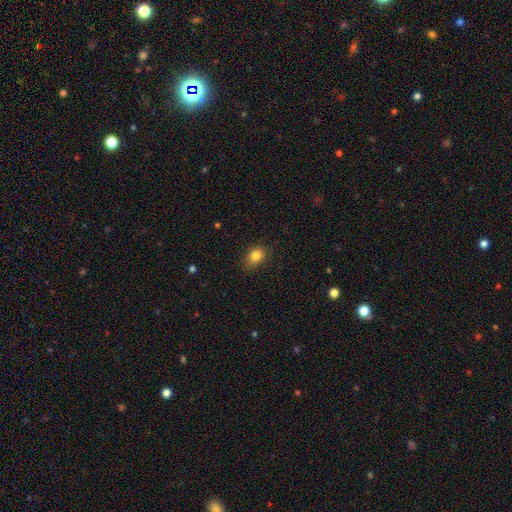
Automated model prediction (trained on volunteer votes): Smooth or featured? Predicted: smooth (p=0.82). How rounded? Predicted: in between (p=0.57). Merging? Predicted: none (p=0.79).